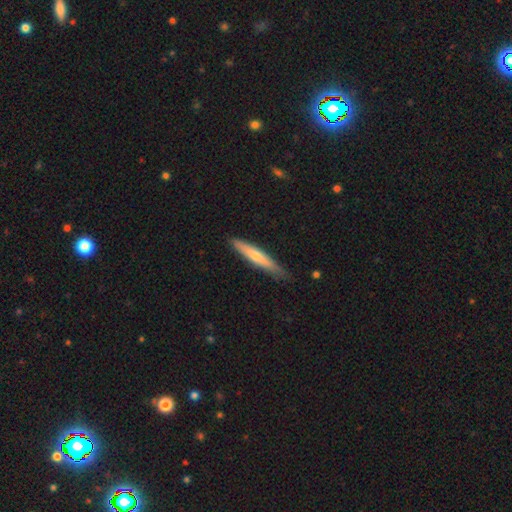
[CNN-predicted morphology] The model was most divided on "smooth or featured": smooth: 59%, featured or disk: 36%, star or artifact: 5%. More confident: how rounded — cigar-shaped (92%); merging — none (81%).